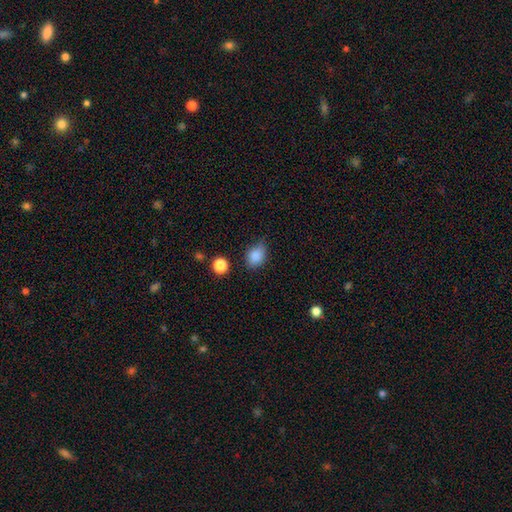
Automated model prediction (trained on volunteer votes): Smooth or featured? smooth (84%)
How rounded? in between (66%)
Merging? none (59%)